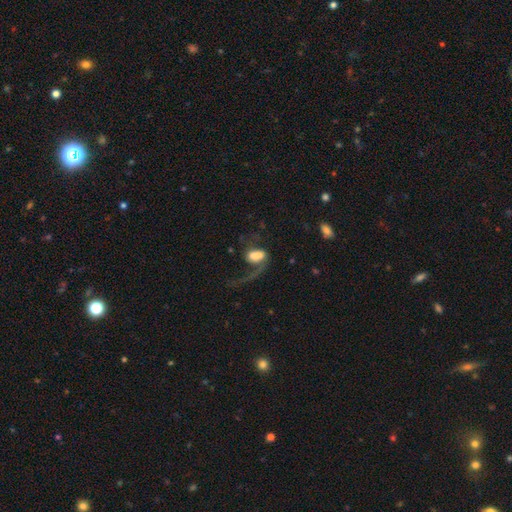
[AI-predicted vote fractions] Smooth or featured: featured or disk — 51% (smooth — 40%)
Edge-on disk: no — 96% (yes — 4%)
Merging: major disturbance — 45% (merger — 23%)